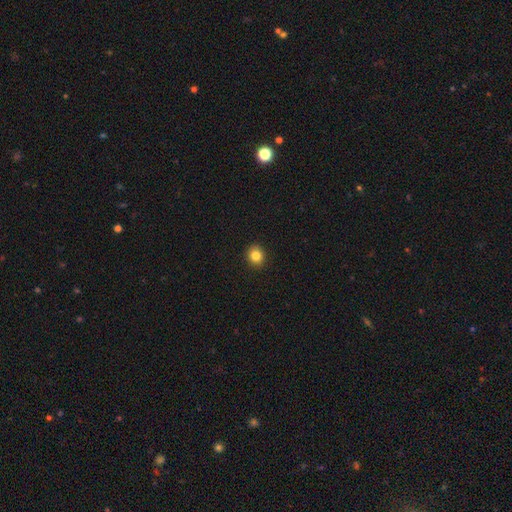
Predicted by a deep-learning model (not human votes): smooth 83%, star or artifact 11%, featured or disk 6%. Down the decision tree: how rounded — round (77%); merging — none (92%).